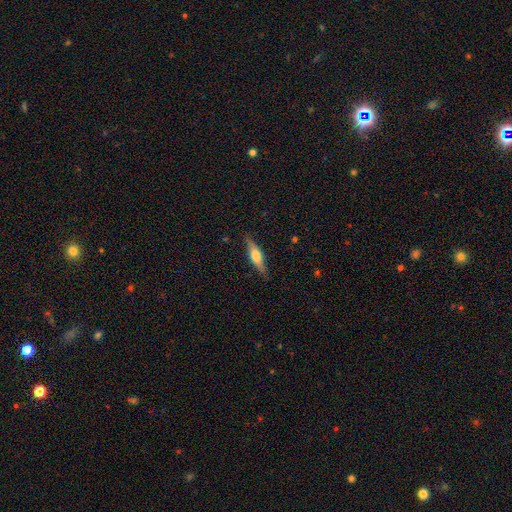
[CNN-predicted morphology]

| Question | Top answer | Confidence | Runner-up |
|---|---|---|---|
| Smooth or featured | featured or disk | 53% | smooth (41%) |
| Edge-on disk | yes | 94% | no (6%) |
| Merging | none | 85% | minor disturbance (11%) |